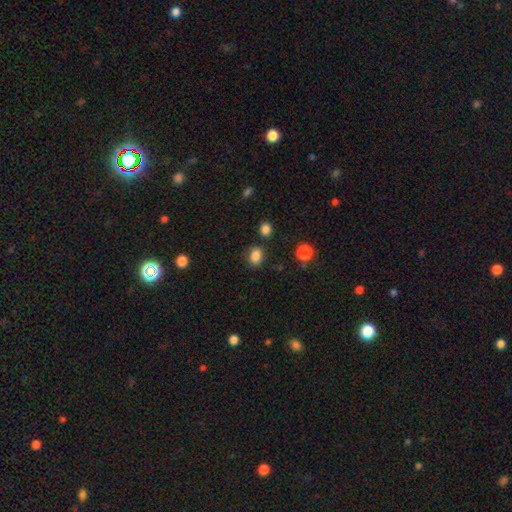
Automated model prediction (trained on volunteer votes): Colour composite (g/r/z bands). It shows a smooth galaxy with no disk features (85%) that is in between round and cigar-shaped (67%). Merging: none (80%).